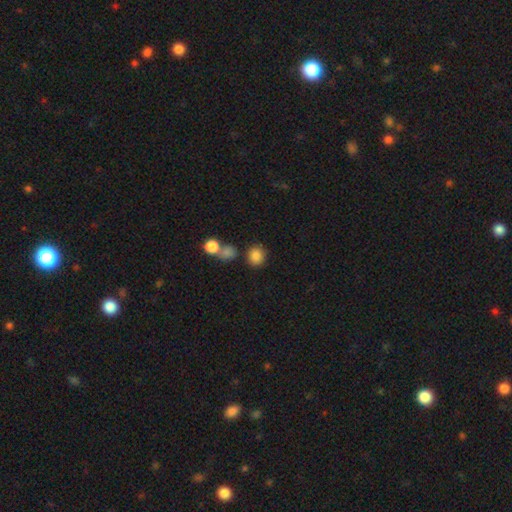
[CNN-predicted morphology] smooth 84%, star or artifact 11%, featured or disk 6%. Down the decision tree: how rounded — round (80%); merging — none (73%).